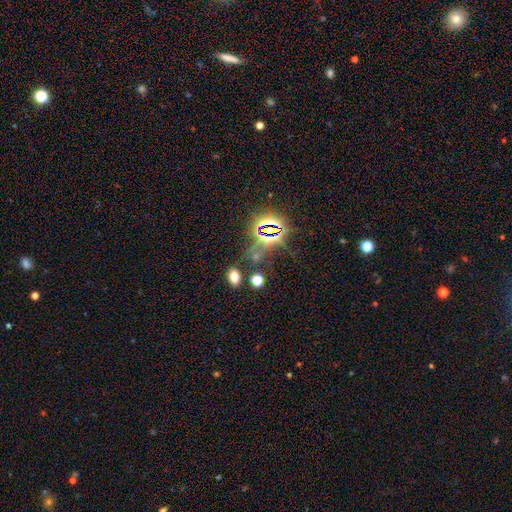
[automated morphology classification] This is likely a star or artifact rather than a galaxy (62%).